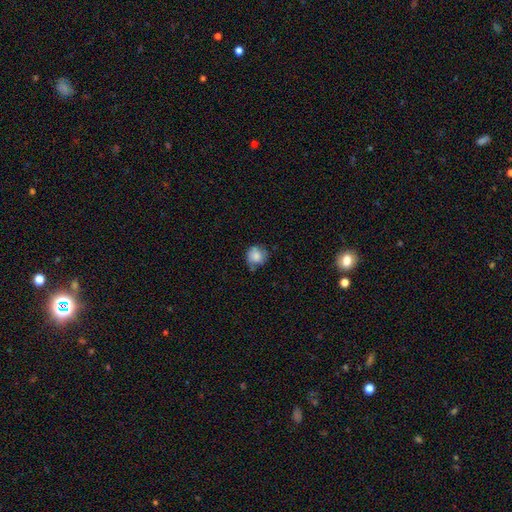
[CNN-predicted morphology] A smooth galaxy with no disk features (75%) that is round (83%).

Vote fractions:
- Smooth or featured? smooth: 75% / featured or disk: 17% / star or artifact: 8%
- How rounded? round: 83% / in between: 16% / cigar-shaped: 1%
- Merging? none: 56% / minor disturbance: 32% / major disturbance: 10% / merger: 2%